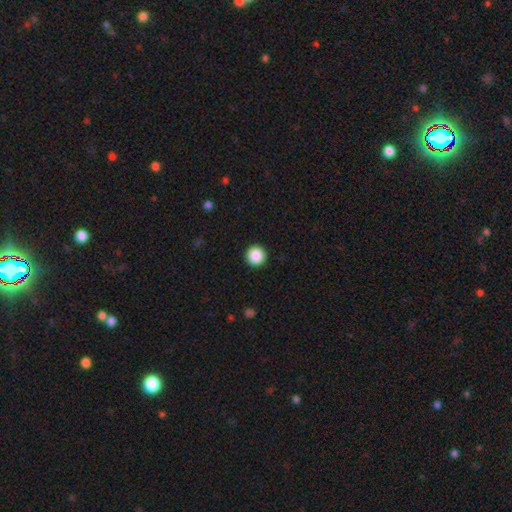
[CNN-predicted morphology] type=smooth (88%); roundness=round (97%); merging=none (93%).